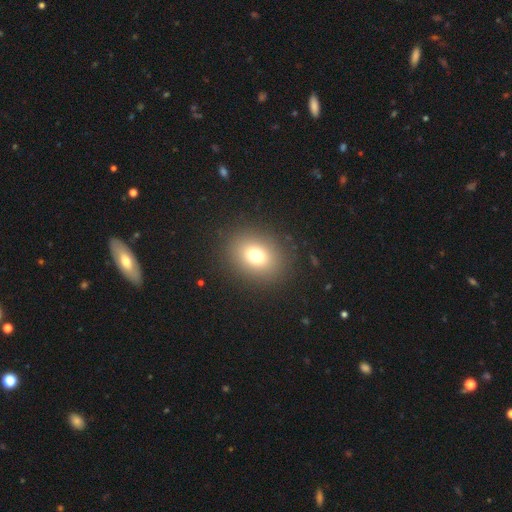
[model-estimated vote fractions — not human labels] Smooth or featured?
  - smooth: 75% *
  - star or artifact: 14%
  - featured or disk: 11%
How rounded?
  - in between: 50% *
  - round: 49%
  - cigar-shaped: 1%
Merging?
  - none: 88% *
  - minor disturbance: 7%
  - major disturbance: 4%
  - merger: 1%